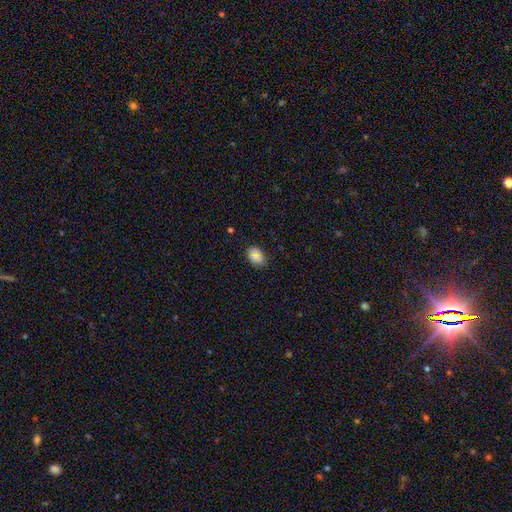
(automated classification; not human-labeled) The model was most divided on "merging": none: 77%, minor disturbance: 16%, merger: 4%, major disturbance: 3%. More confident: how rounded — in between (82%); smooth or featured — smooth (81%).